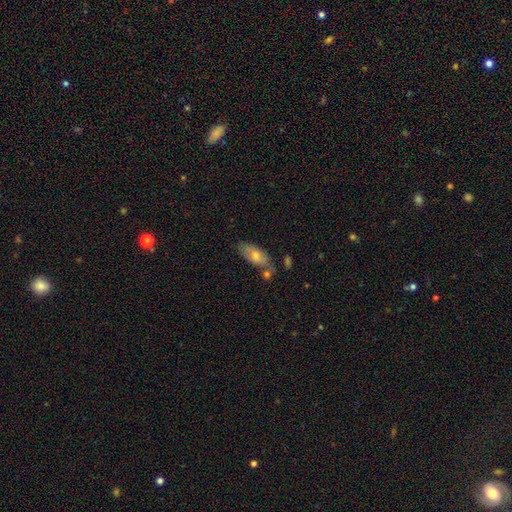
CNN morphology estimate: Smooth or featured? Predicted: smooth (p=0.62). How rounded? Predicted: in between (p=0.80). Merging? Predicted: none (p=0.63).